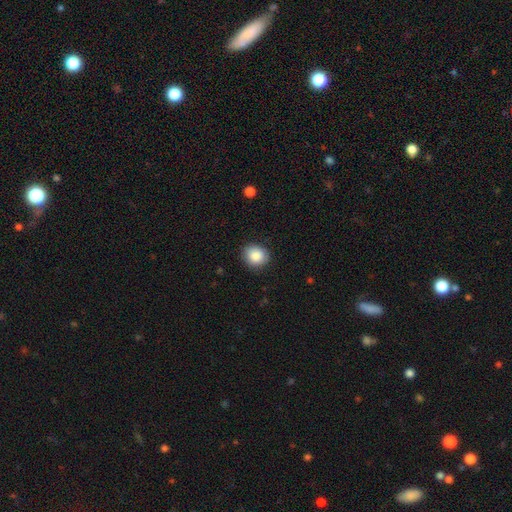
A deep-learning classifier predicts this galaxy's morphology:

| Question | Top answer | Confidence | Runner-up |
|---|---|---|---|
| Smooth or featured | smooth | 87% | star or artifact (8%) |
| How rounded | round | 70% | in between (29%) |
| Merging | none | 86% | minor disturbance (10%) |